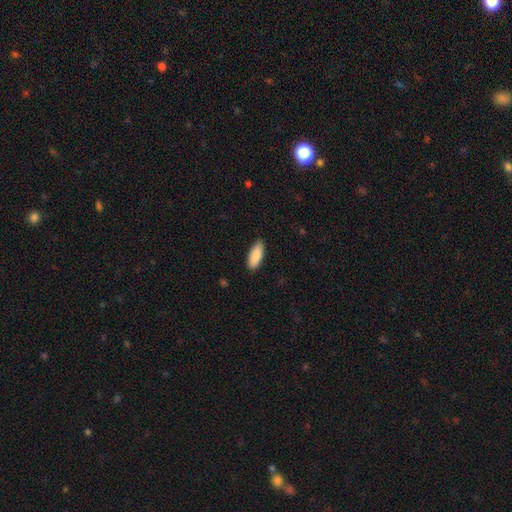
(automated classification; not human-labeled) This is clearly a smooth galaxy (88%). How rounded: likely in between (78%). Merging: clearly none (87%).